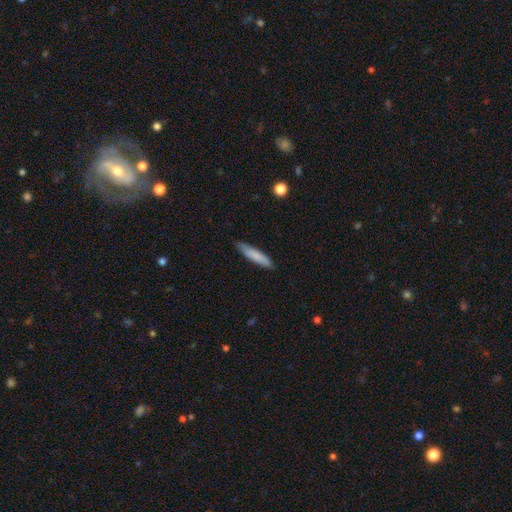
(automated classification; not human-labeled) A smooth galaxy with no disk features (79%) that is cigar-shaped (86%).

Vote fractions:
- Smooth or featured? smooth: 79% / featured or disk: 15% / star or artifact: 6%
- How rounded? cigar-shaped: 86% / in between: 12% / round: 1%
- Merging? none: 85% / minor disturbance: 12% / major disturbance: 2% / merger: 1%